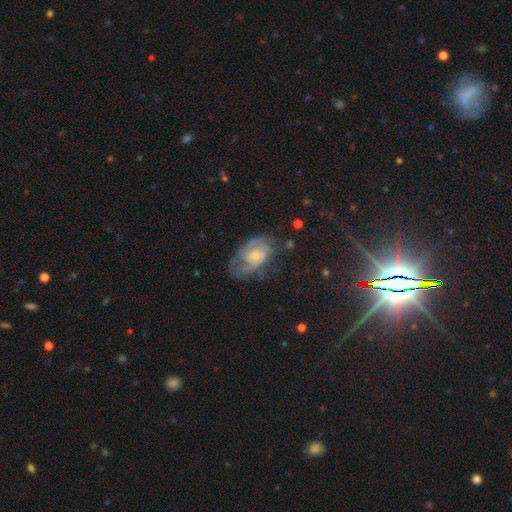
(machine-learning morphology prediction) The model was most divided on "merging": none: 49%, minor disturbance: 26%, major disturbance: 23%, merger: 2%. More confident: edge-on disk — no (96%); spiral arms — yes (75%); bar — no (73%); smooth or featured — featured or disk (64%); bulge size — small (55%).